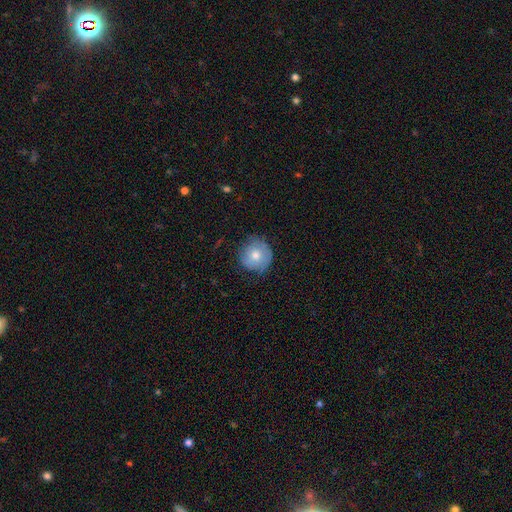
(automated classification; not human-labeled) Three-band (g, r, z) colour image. It shows a smooth galaxy with no disk features (68%) that is round (93%). Merging: none (70%).